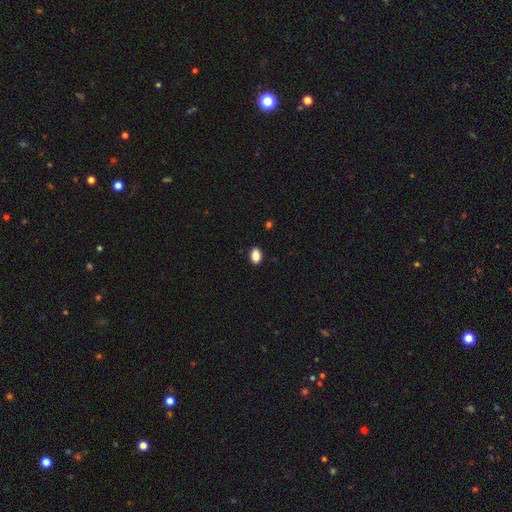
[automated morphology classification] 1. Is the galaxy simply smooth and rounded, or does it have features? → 88% smooth, 9% star or artifact, 4% featured or disk.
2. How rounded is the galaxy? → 80% in between, 19% round, 1% cigar-shaped.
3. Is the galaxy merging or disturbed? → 89% none, 8% minor disturbance, 2% major disturbance, 1% merger.